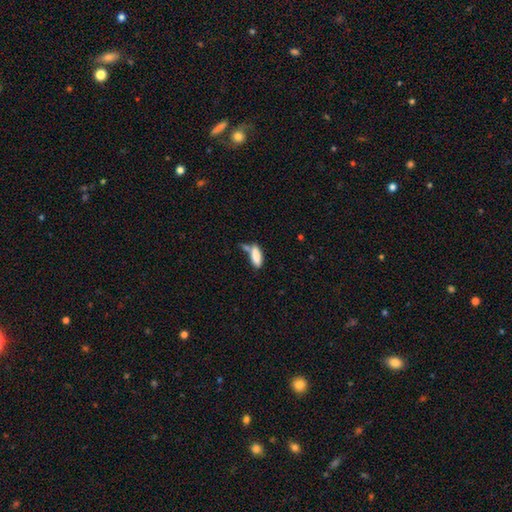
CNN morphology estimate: smooth_or_featured: smooth (p=0.83) [alt: featured or disk p=0.09]
how_rounded: in between (p=0.72) [alt: cigar-shaped p=0.25]
merging: none (p=0.45) [alt: merger p=0.28]